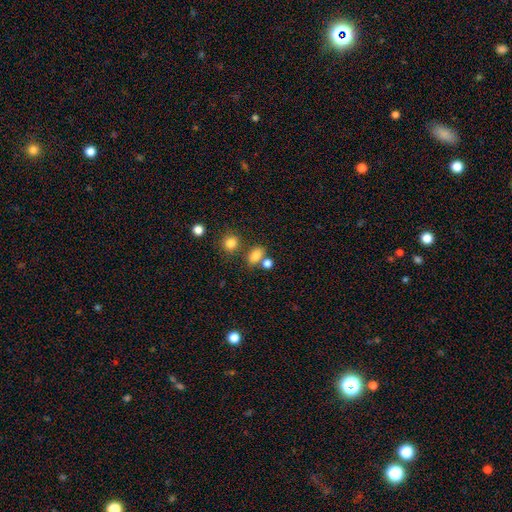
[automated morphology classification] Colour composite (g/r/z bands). It shows a smooth galaxy with no disk features (79%) that is in between round and cigar-shaped (75%). Merging: none (58%).